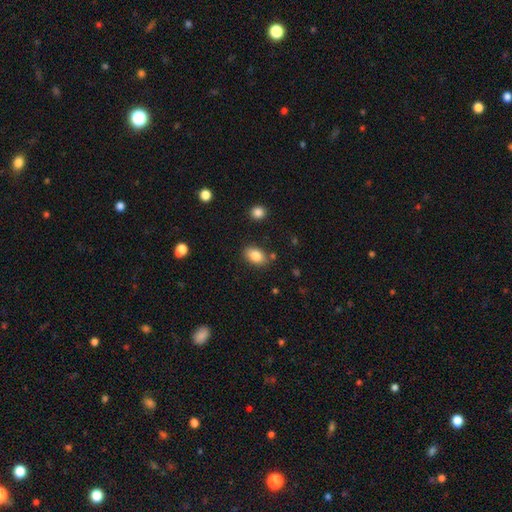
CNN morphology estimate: A smooth galaxy with no disk features (84%) that is in between round and cigar-shaped (85%).

Vote fractions:
- Smooth or featured? smooth: 84% / star or artifact: 8% / featured or disk: 8%
- How rounded? in between: 85% / round: 13% / cigar-shaped: 1%
- Merging? none: 81% / minor disturbance: 12% / merger: 4% / major disturbance: 3%